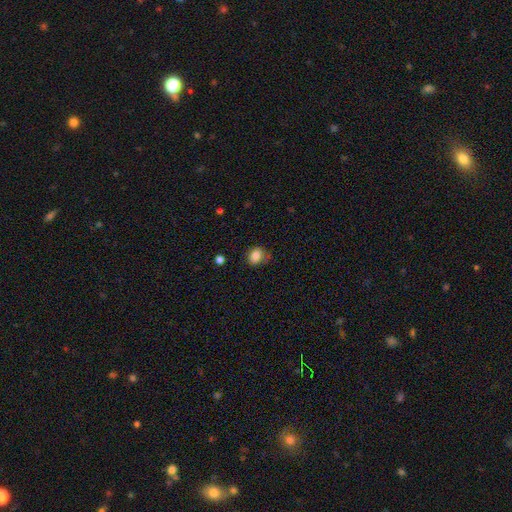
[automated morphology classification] Smooth or featured? Predicted: smooth (p=0.83). How rounded? Predicted: in between (p=0.59). Merging? Predicted: none (p=0.62).